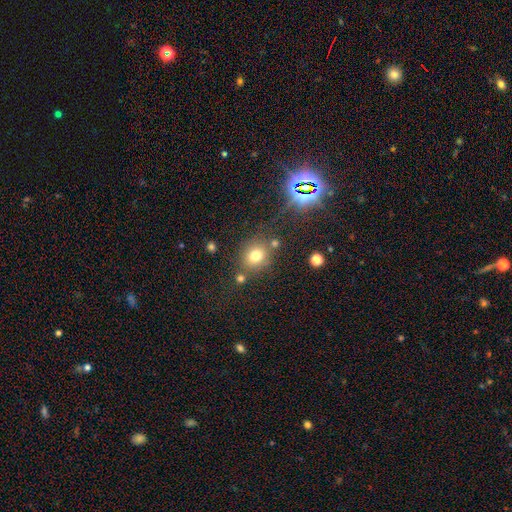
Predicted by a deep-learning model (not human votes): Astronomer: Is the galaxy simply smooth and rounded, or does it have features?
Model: smooth — 74%.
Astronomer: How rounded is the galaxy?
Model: round — 73%.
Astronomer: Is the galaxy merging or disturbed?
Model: none — 72%.